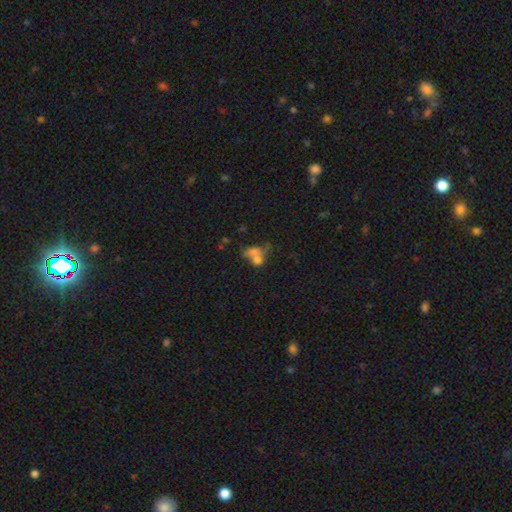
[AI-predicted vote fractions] Smooth or featured?
  - smooth: 63% *
  - featured or disk: 22%
  - star or artifact: 15%
How rounded?
  - in between: 56% *
  - round: 40%
  - cigar-shaped: 4%
Merging?
  - merger: 61% *
  - none: 21%
  - major disturbance: 9%
  - minor disturbance: 9%